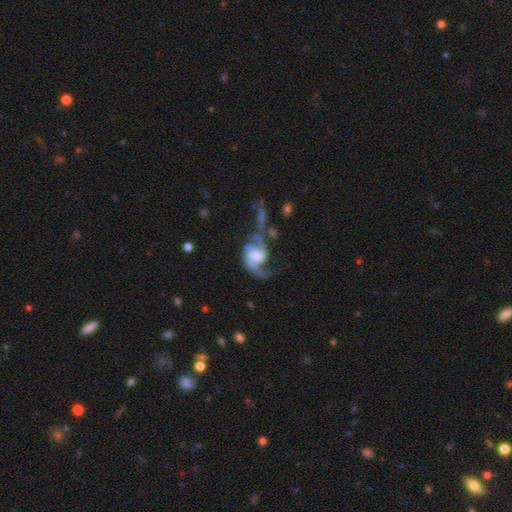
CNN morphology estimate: This is clearly a featured or disk galaxy (87%). It is clearly not viewed edge-on (98%). Bar: possibly weak (46%). Spiral arm pattern: clearly yes (96%). Spiral arm count: clearly 2 (88%). Spiral winding: possibly loose (49%). Central bulge: marginally moderate (36%). Merging: marginally none (40%).